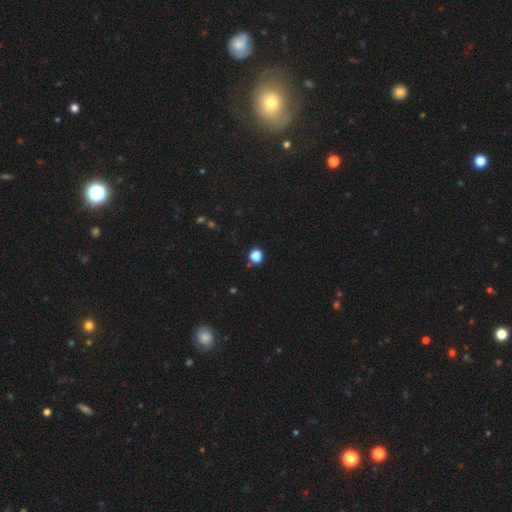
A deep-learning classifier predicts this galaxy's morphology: smooth-or-featured: smooth: 84% | star or artifact: 13% | featured or disk: 3%
  how-rounded: round: 83% | in between: 16% | cigar-shaped: 1%
  merging: none: 81% | minor disturbance: 12% | merger: 4% | major disturbance: 3%